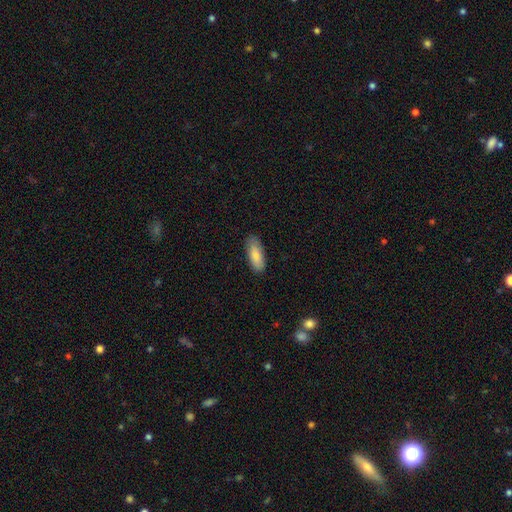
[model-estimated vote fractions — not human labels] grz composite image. It shows a smooth galaxy with no disk features (85%) that is in between round and cigar-shaped (74%). Merging: none (83%).